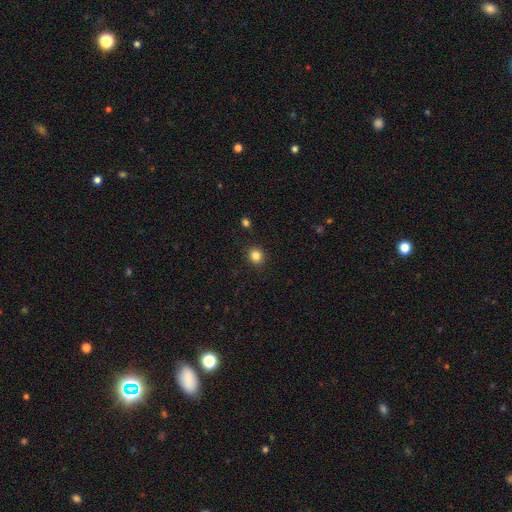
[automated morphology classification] Smooth or featured?
  - smooth: 83% *
  - star or artifact: 12%
  - featured or disk: 5%
How rounded?
  - round: 85% *
  - in between: 14%
  - cigar-shaped: 1%
Merging?
  - none: 91% *
  - minor disturbance: 6%
  - major disturbance: 2%
  - merger: 1%